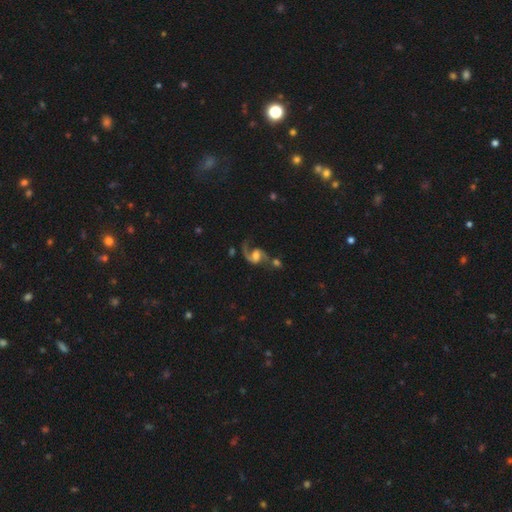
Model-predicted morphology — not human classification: Overall: featured or disk (85%). Edge-on disk: no (98%). Bar: weak (44%; no 41%). Spiral arms: yes (96%). Spiral arm count: 2 (80%). Spiral winding: loose (55%; medium 38%). Bulge size: moderate (53%; small 20%). Merging: none (43%; merger 25%).